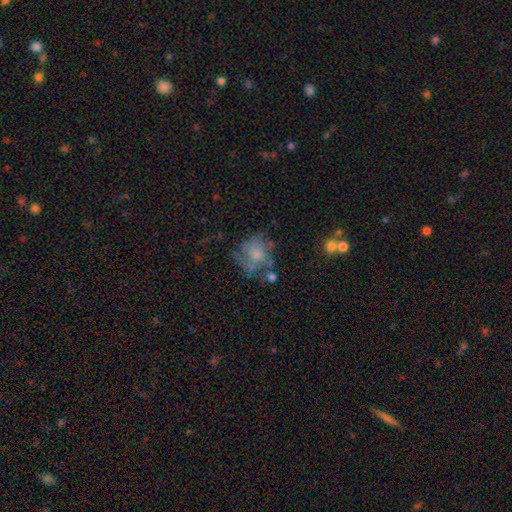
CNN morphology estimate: smooth_or_featured: smooth (p=0.48) [alt: featured or disk p=0.41]
merging: none (p=0.42) [alt: major disturbance p=0.26]